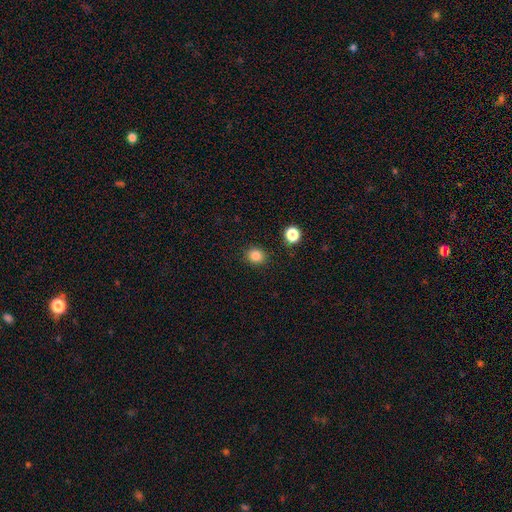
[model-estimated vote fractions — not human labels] Smooth or featured? smooth (85%)
How rounded? round (81%)
Merging? none (89%)